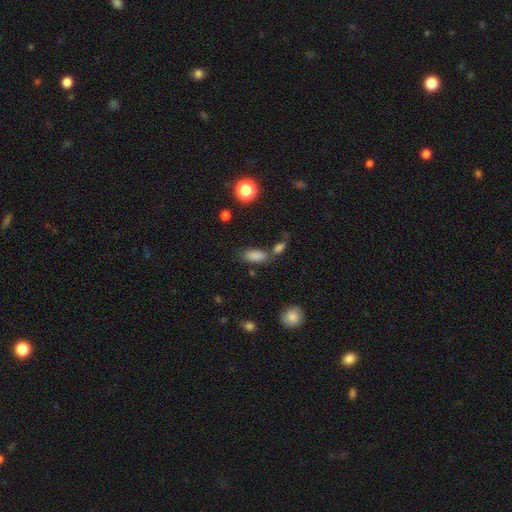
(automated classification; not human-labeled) Smooth or featured? Predicted: smooth (p=0.84). How rounded? Predicted: in between (p=0.85). Merging? Predicted: none (p=0.58).